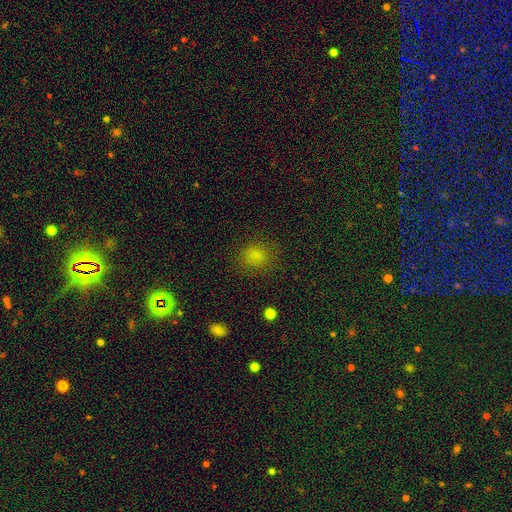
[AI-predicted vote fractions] Smooth or featured? smooth (80%)
How rounded? round (72%)
Merging? none (82%)